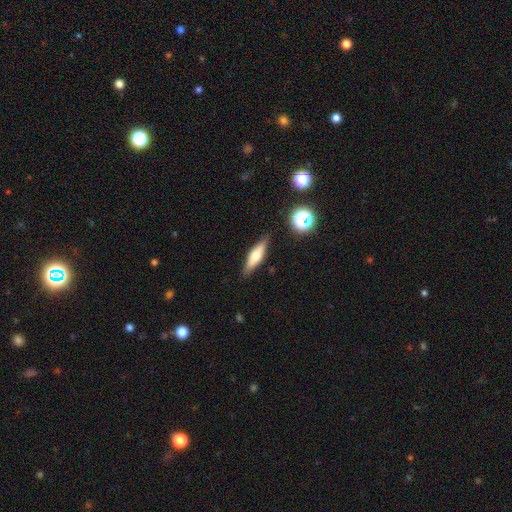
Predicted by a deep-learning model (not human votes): Morphology: type=smooth (53%); roundness=cigar-shaped (59%); merging=none (85%).